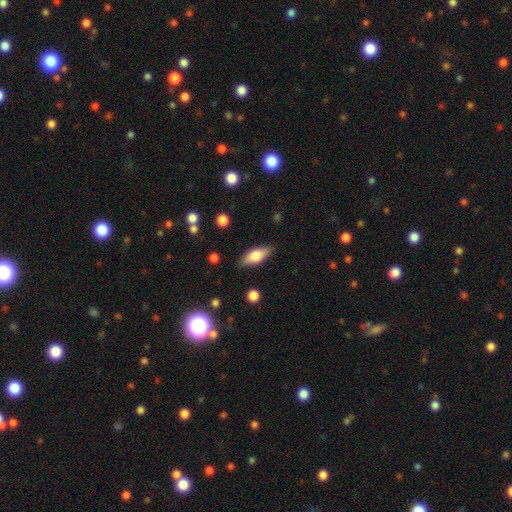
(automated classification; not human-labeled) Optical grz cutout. It shows a smooth galaxy with no disk features (68%) that is in between round and cigar-shaped (78%). Merging: none (86%).